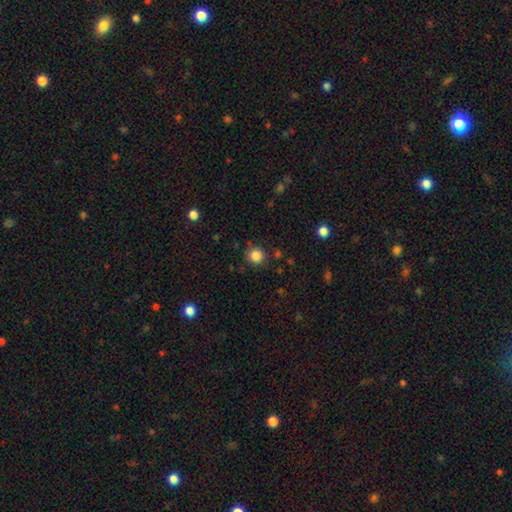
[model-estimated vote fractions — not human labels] This appears to be a smooth galaxy with no disk features (85%) that is round (93%). Merging: none (85%).